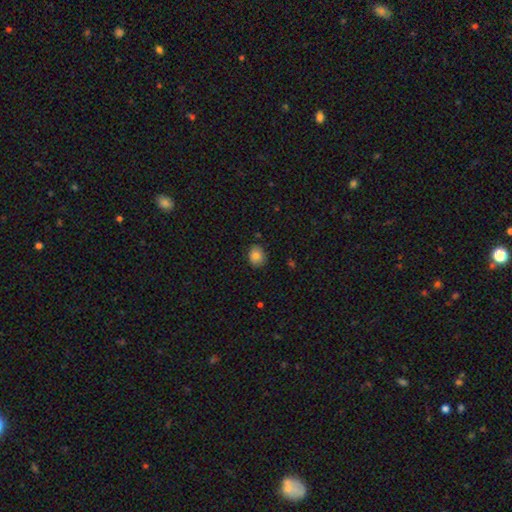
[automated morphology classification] Smooth or featured?
  - smooth: 82% *
  - star or artifact: 10%
  - featured or disk: 9%
How rounded?
  - round: 56% *
  - in between: 43%
  - cigar-shaped: 1%
Merging?
  - none: 84% *
  - minor disturbance: 13%
  - major disturbance: 2%
  - merger: 1%